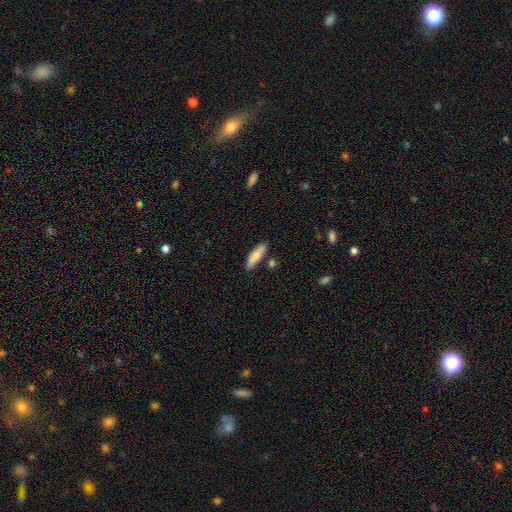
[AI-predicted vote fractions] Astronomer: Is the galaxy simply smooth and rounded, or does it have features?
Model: smooth — 82%.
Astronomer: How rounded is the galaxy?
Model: cigar-shaped — 58% (runner-up: in between, 41%).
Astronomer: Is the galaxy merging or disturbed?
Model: none — 79%.